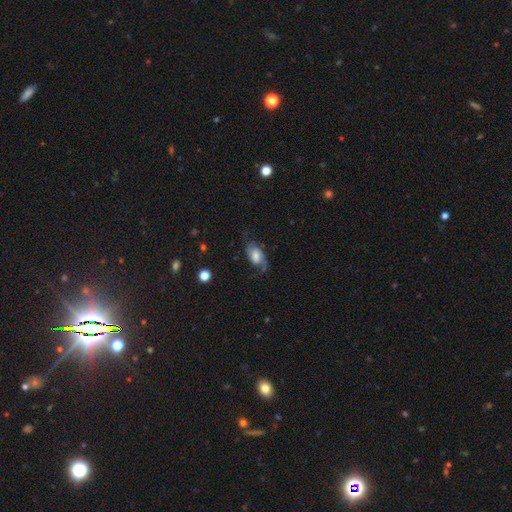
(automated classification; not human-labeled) Overall: featured or disk (57%; smooth 35%). Edge-on disk: no (94%). Bar: no (51%; weak 39%). Spiral arms: yes (89%). Bulge size: moderate (41%; large 25%). Merging: none (58%; minor disturbance 24%).